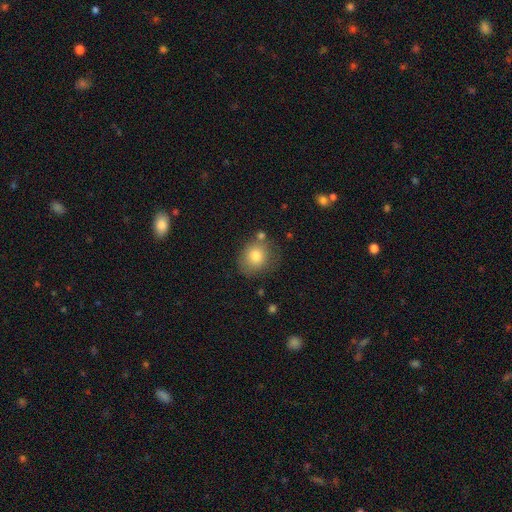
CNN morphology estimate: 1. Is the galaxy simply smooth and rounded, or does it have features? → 79% smooth, 11% featured or disk, 9% star or artifact.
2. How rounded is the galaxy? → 72% round, 27% in between, 1% cigar-shaped.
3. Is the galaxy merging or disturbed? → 70% none, 17% minor disturbance, 8% merger, 5% major disturbance.